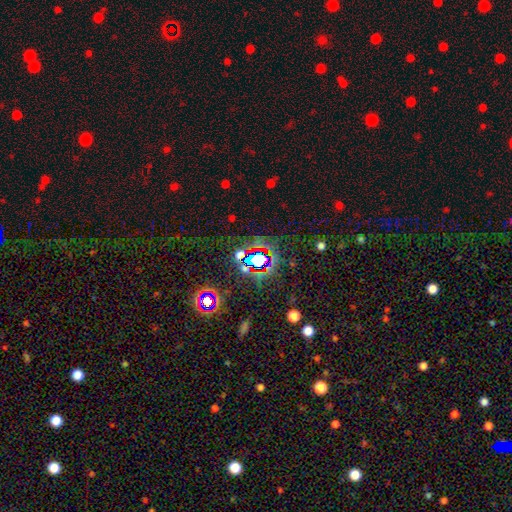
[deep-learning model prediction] star or artifact 72%, smooth 17%, featured or disk 11%.